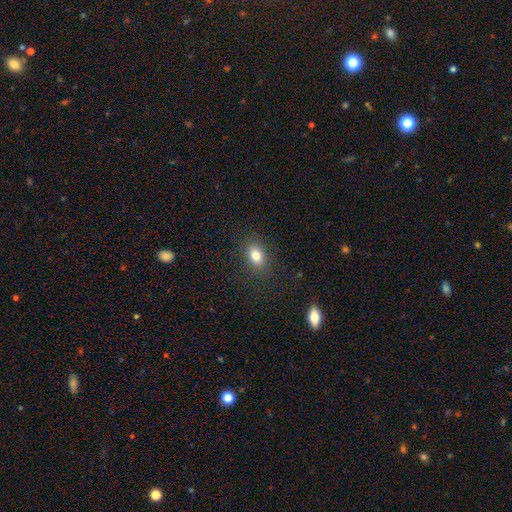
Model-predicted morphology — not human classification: This appears to be a smooth galaxy with no disk features (81%) that is in between round and cigar-shaped (74%). Merging: none (85%).